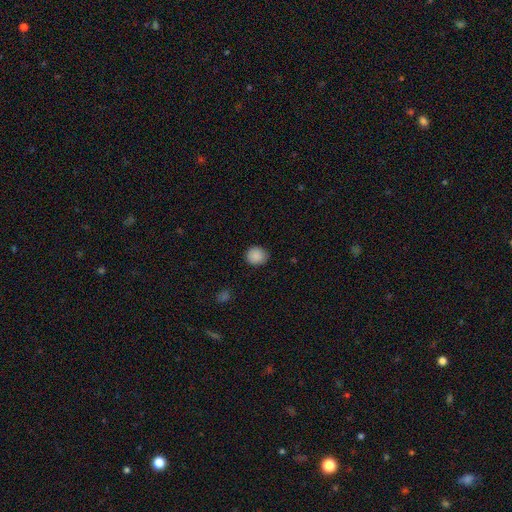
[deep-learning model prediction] This appears to be a smooth galaxy with no disk features (88%) that is round (87%). Merging: none (86%).